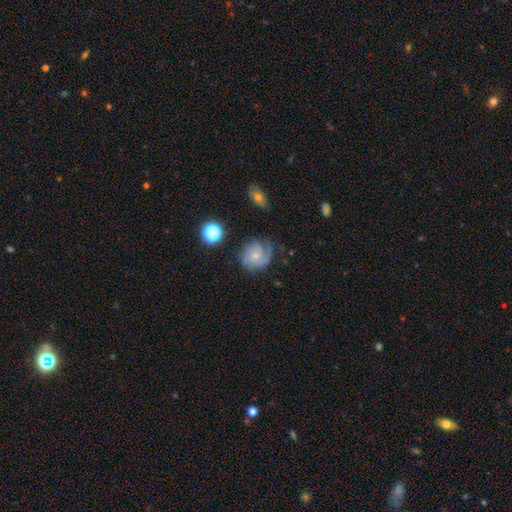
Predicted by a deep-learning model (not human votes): The model was most divided on "spiral arm count": 2: 26%, 1: 25%, can't tell: 25%, 3: 16%, 4: 4%, more than 4: 3%. Remaining: edge-on disk — no (98%); spiral arms — yes (91%); bar — no (75%); bulge size — small (65%); smooth or featured — featured or disk (65%); merging — none (57%); spiral winding — tight (49%).